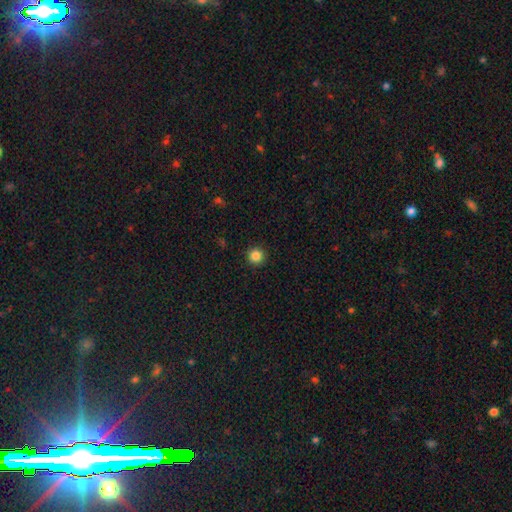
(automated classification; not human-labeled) Smooth or featured: smooth — 85% (star or artifact — 11%)
How rounded: round — 96% (in between — 3%)
Merging: none — 93% (minor disturbance — 5%)